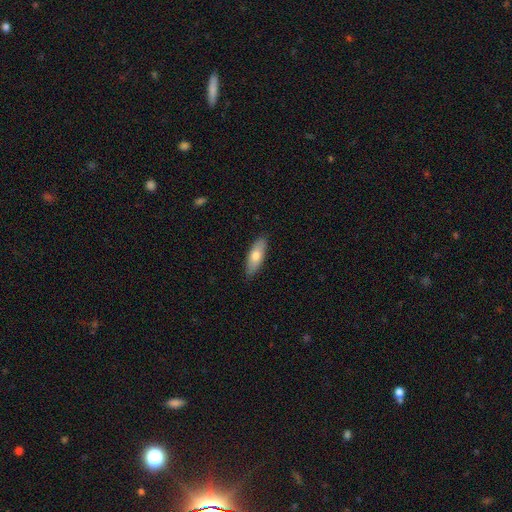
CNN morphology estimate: This appears to be a smooth galaxy with no disk features (71%) that is in between round and cigar-shaped (66%). Merging: none (86%).